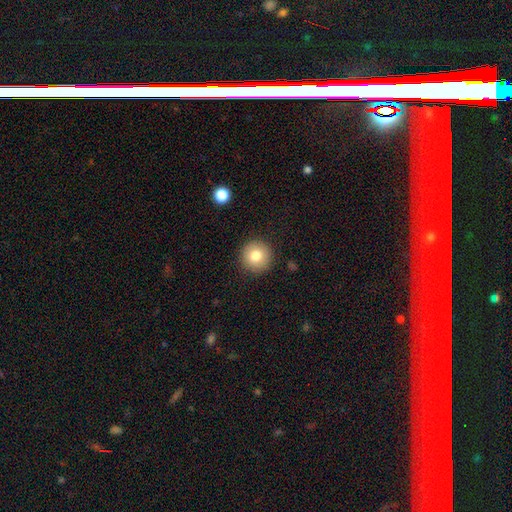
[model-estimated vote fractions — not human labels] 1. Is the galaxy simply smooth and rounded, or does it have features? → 80% smooth, 10% featured or disk, 10% star or artifact.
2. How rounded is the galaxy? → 96% round, 3% in between, 1% cigar-shaped.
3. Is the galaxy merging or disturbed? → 91% none, 6% minor disturbance, 2% major disturbance, 1% merger.